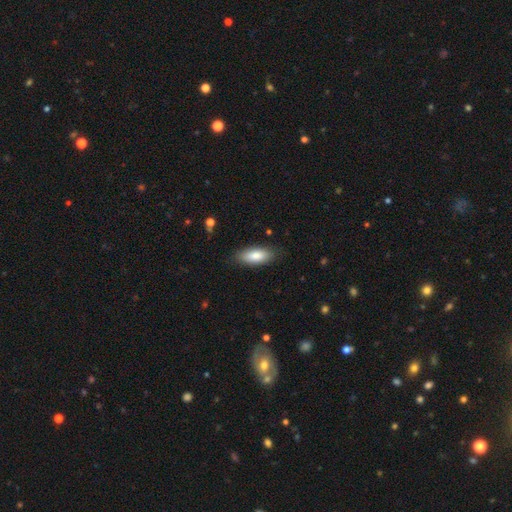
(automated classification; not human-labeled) Overall: smooth (83%). How rounded: in between (78%). Merging: none (84%).